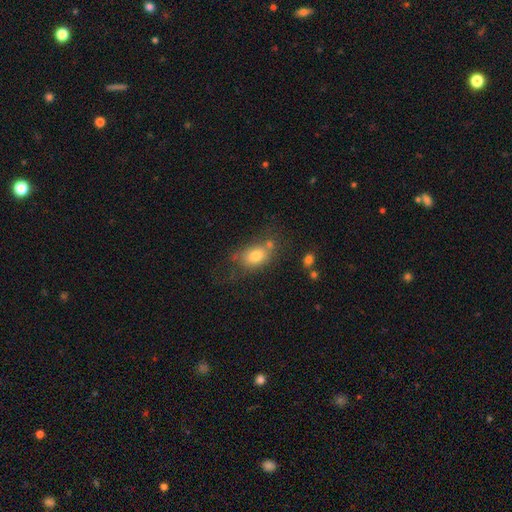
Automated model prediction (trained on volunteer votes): smooth_or_featured: smooth (p=0.75) [alt: featured or disk p=0.15]
how_rounded: in between (p=0.77) [alt: round p=0.21]
merging: none (p=0.52) [alt: minor disturbance p=0.22]